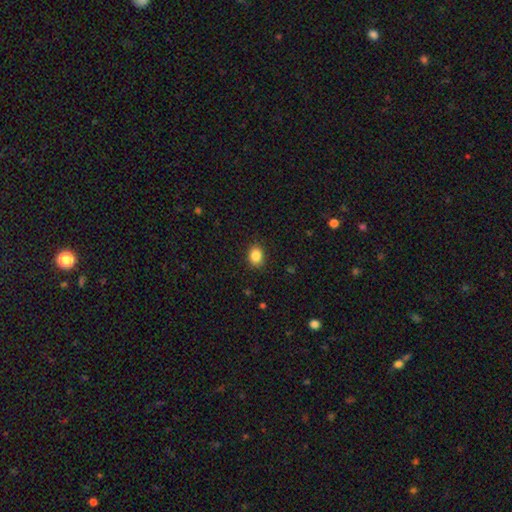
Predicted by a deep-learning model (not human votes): smooth-or-featured: smooth: 86% | star or artifact: 10% | featured or disk: 4%
  how-rounded: round: 51% | in between: 48% | cigar-shaped: 1%
  merging: none: 89% | minor disturbance: 8% | major disturbance: 2% | merger: 1%